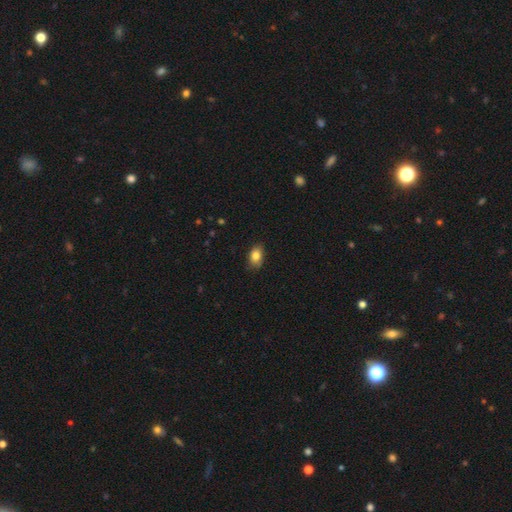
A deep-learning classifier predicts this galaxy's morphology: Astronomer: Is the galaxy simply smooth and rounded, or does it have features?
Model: smooth — 83%.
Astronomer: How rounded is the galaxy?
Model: in between — 83%.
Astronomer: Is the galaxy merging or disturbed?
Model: none — 77%.